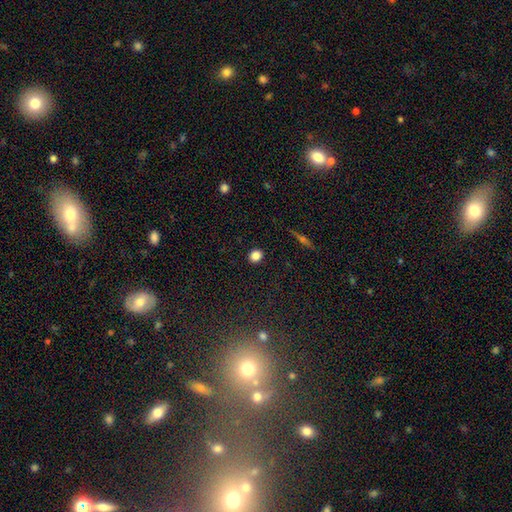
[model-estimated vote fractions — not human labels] smooth-or-featured: smooth: 84% | star or artifact: 10% | featured or disk: 5%
  how-rounded: round: 80% | in between: 18% | cigar-shaped: 1%
  merging: none: 92% | minor disturbance: 6% | major disturbance: 2% | merger: 1%